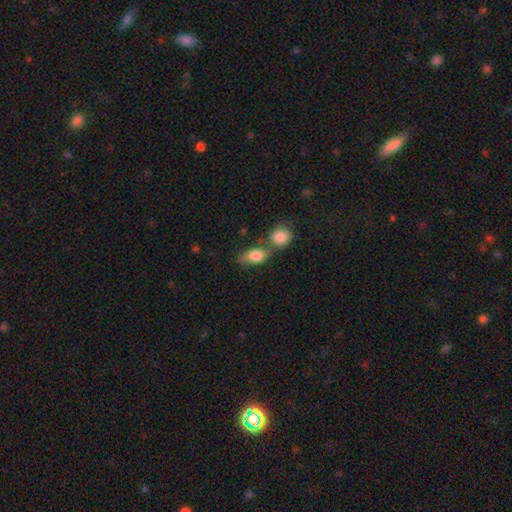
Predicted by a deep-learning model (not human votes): A smooth galaxy with no disk features (80%) that is in between round and cigar-shaped (80%). Merging: none (41%).